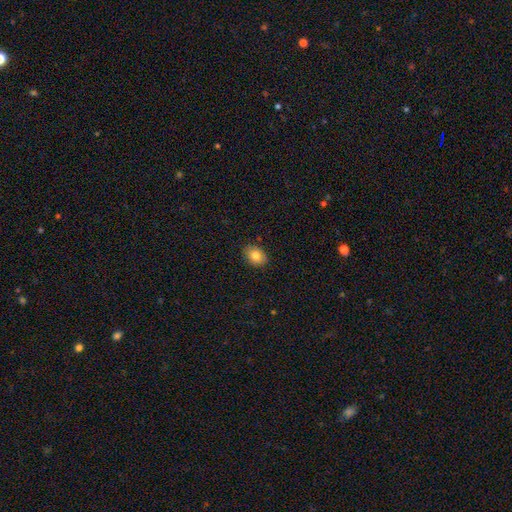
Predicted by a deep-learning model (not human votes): Smooth or featured: smooth — 82% (featured or disk — 9%)
How rounded: in between — 66% (round — 33%)
Merging: none — 88% (minor disturbance — 9%)